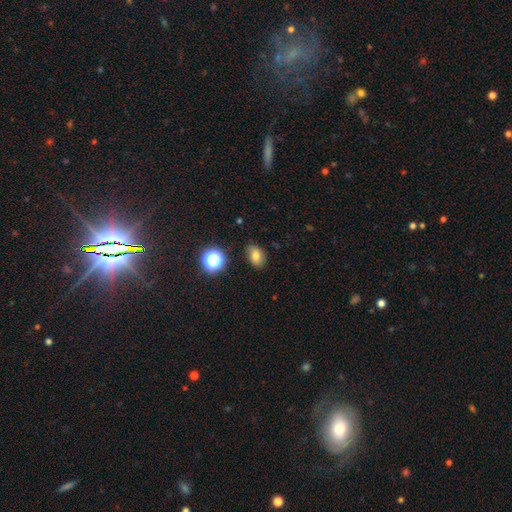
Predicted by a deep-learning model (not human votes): Overall: smooth (76%). How rounded: in between (77%). Merging: none (80%).